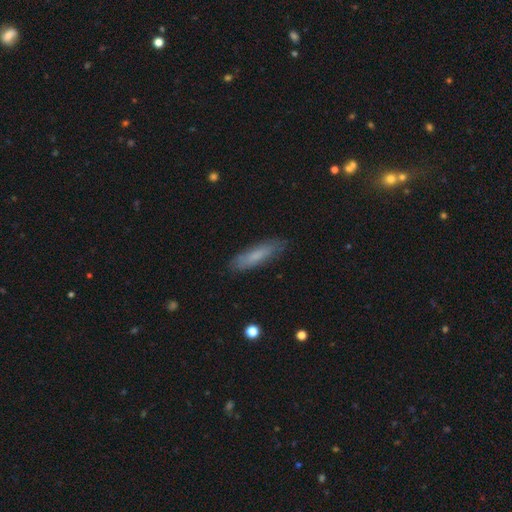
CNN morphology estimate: Q: Smooth or featured?
A: smooth (71%); runner-up: featured or disk (22%)
Q: How rounded?
A: cigar-shaped (70%); runner-up: in between (29%)
Q: Merging?
A: none (84%); runner-up: minor disturbance (12%)